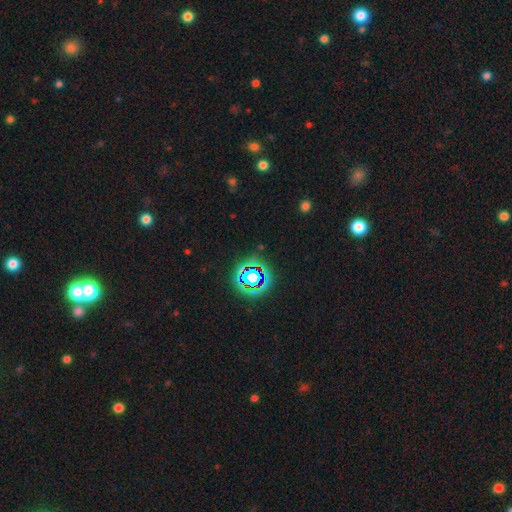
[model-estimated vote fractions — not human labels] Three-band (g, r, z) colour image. It shows a star or artifact, not a galaxy (75%).